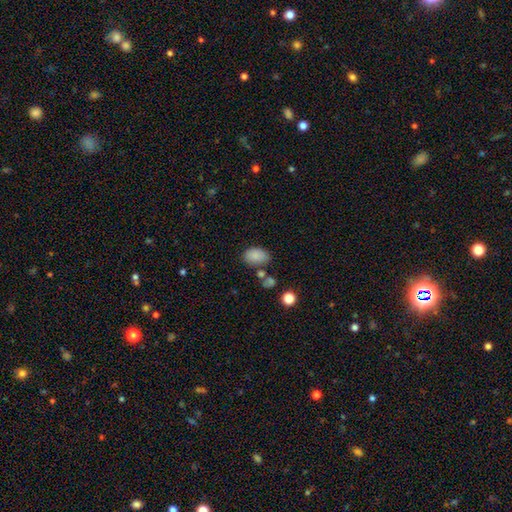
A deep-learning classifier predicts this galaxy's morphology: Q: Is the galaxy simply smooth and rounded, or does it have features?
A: smooth — 85%.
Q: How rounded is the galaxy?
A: in between — 87%.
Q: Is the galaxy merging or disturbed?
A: none — 69%.